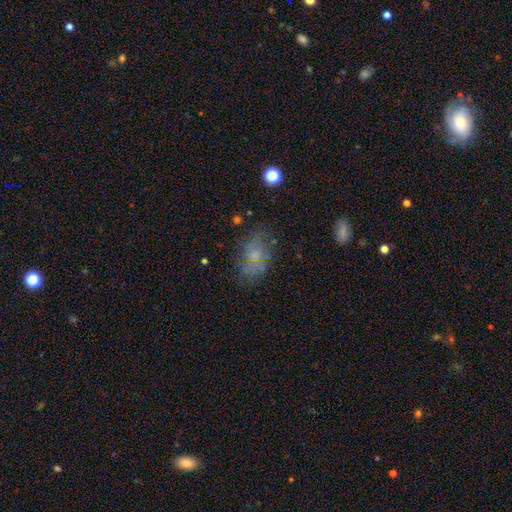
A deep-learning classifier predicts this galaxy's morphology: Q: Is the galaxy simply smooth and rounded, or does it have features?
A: smooth — 48%.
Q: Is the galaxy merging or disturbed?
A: none — 57%.